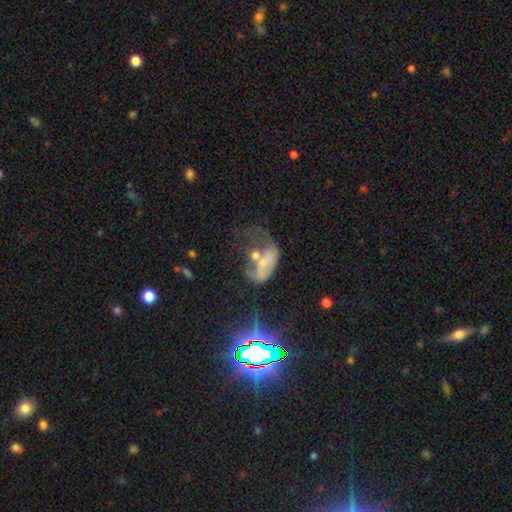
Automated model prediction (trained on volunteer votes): Smooth or featured? Predicted: featured or disk (p=0.48). Merging? Predicted: merger (p=0.42).